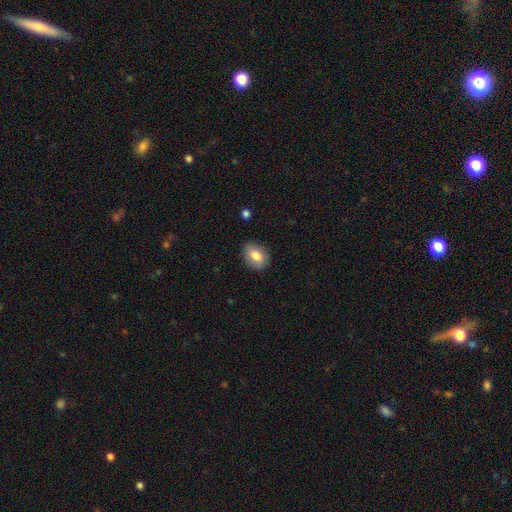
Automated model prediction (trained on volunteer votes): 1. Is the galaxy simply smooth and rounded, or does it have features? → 79% smooth, 13% featured or disk, 7% star or artifact.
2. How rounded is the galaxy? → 74% in between, 25% round, 1% cigar-shaped.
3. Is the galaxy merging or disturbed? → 84% none, 12% minor disturbance, 3% major disturbance, 1% merger.